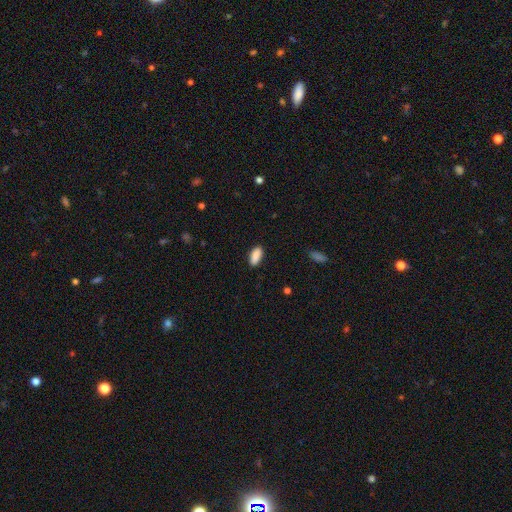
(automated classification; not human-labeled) Smooth or featured: smooth — 90% (star or artifact — 7%)
How rounded: in between — 85% (cigar-shaped — 13%)
Merging: none — 87% (minor disturbance — 10%)